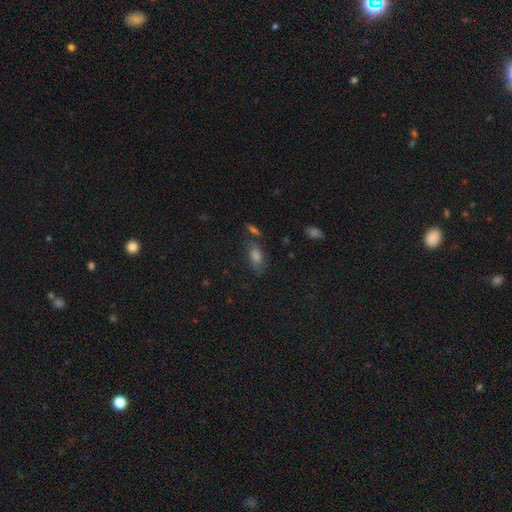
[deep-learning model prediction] The model was most divided on "smooth or featured": smooth: 62%, star or artifact: 22%, featured or disk: 16%. More confident: how rounded — in between (83%); merging — none (63%).